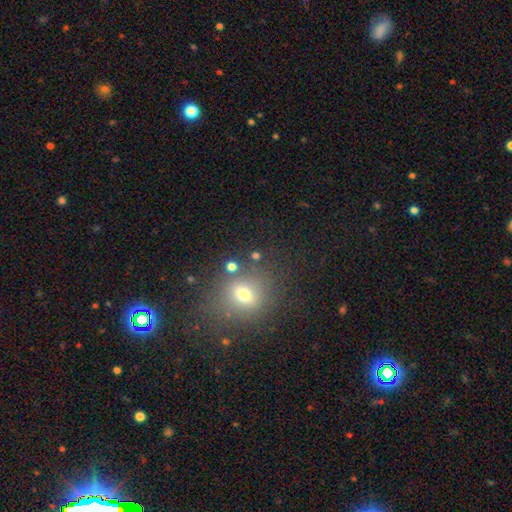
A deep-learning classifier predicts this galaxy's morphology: Smooth or featured? smooth (59%)
How rounded? round (71%)
Merging? none (74%)